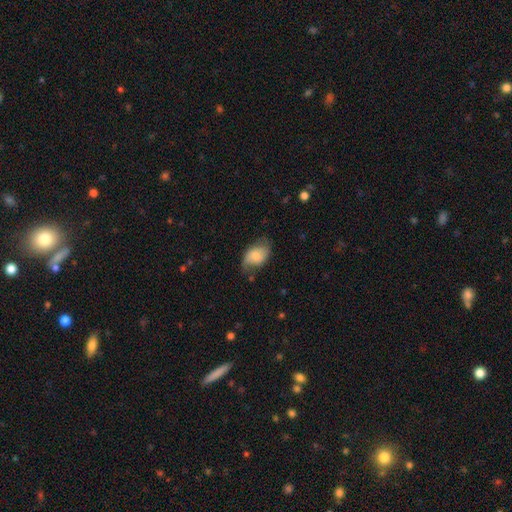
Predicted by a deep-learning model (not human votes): Smooth or featured: smooth — 68% (featured or disk — 25%)
How rounded: in between — 85% (round — 13%)
Merging: none — 51% (minor disturbance — 33%)